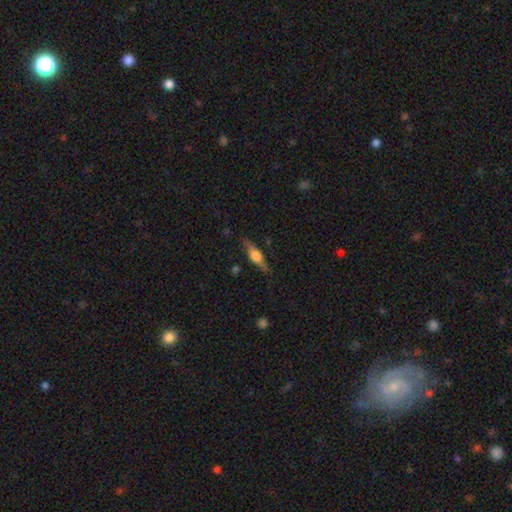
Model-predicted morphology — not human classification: Smooth or featured? Predicted: featured or disk (p=0.68). Edge-on disk? Predicted: yes (p=0.96). Edge-on bulge? Predicted: rounded (p=0.90). Merging? Predicted: none (p=0.84).